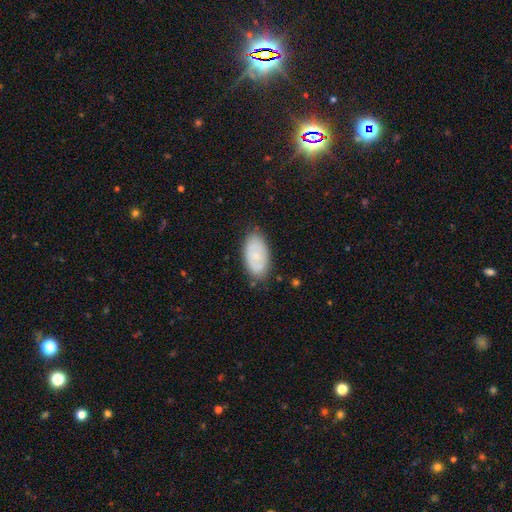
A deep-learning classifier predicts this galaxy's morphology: Q: Smooth or featured?
A: smooth (61%); runner-up: featured or disk (32%)
Q: How rounded?
A: in between (94%); runner-up: round (4%)
Q: Merging?
A: none (79%); runner-up: minor disturbance (16%)